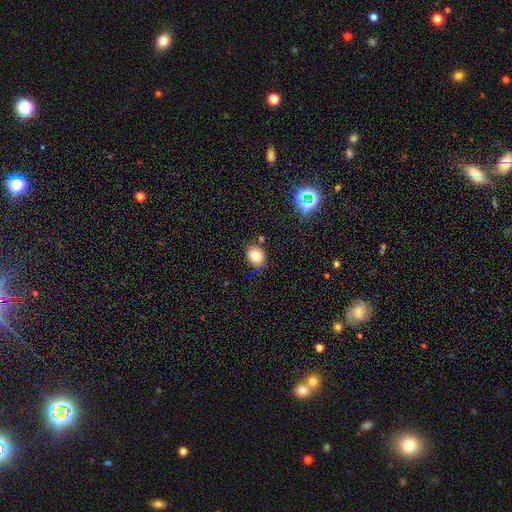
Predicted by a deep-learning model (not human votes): The model was most divided on "how rounded": round: 60%, in between: 39%, cigar-shaped: 1%. More confident: merging — none (78%); smooth or featured — smooth (77%).